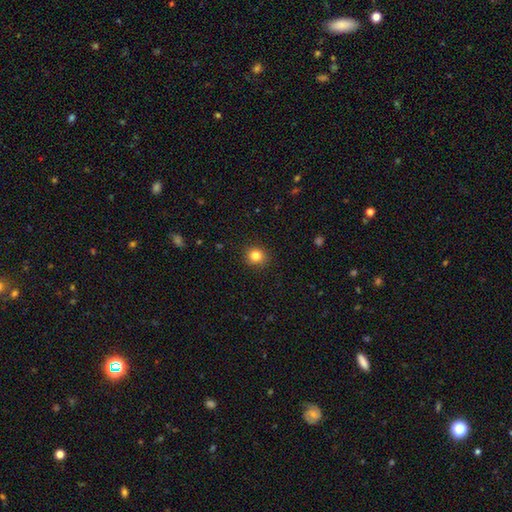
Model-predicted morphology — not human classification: smooth_or_featured: smooth (p=0.83) [alt: star or artifact p=0.12]
how_rounded: round (p=0.88) [alt: in between p=0.11]
merging: none (p=0.90) [alt: minor disturbance p=0.07]